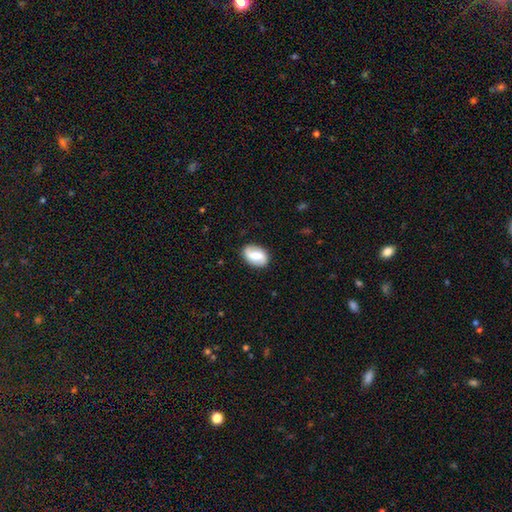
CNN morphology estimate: A featured or disk galaxy (48%). Merging: none (84%).